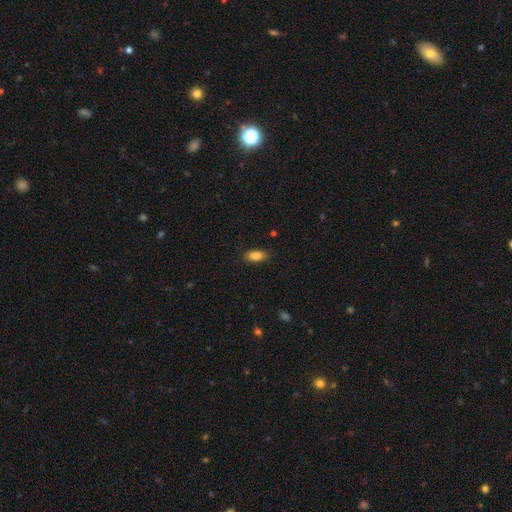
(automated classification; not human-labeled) A smooth galaxy with no disk features (87%) that is in between round and cigar-shaped (86%).

Vote fractions:
- Smooth or featured? smooth: 87% / star or artifact: 7% / featured or disk: 6%
- How rounded? in between: 86% / cigar-shaped: 11% / round: 3%
- Merging? none: 85% / minor disturbance: 11% / major disturbance: 3% / merger: 1%